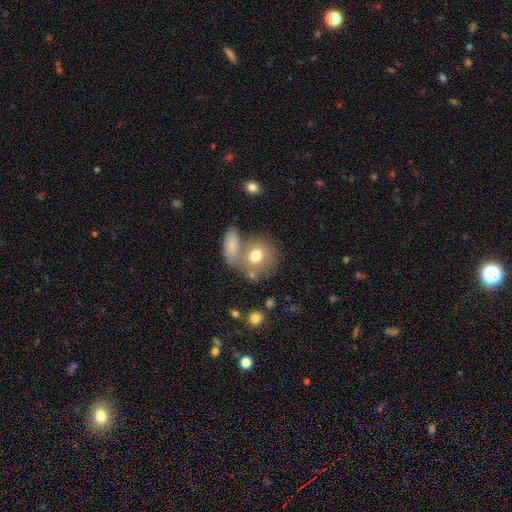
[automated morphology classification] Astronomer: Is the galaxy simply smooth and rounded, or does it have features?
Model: smooth — 72%.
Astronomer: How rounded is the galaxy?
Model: round — 65%.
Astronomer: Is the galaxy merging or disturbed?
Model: none — 49% (runner-up: merger, 32%).